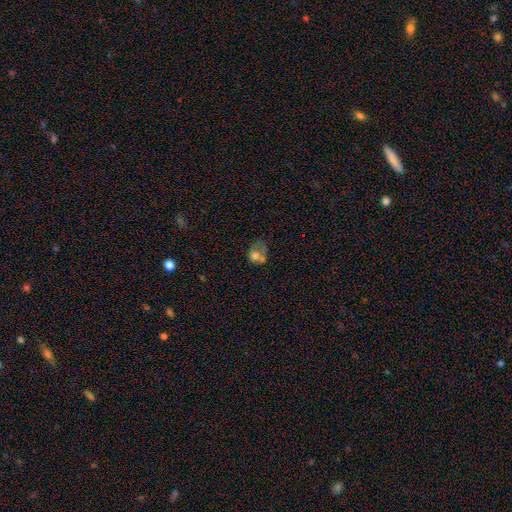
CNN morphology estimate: Smooth or featured? smooth (59%)
How rounded? in between (53%)
Merging? major disturbance (32%)